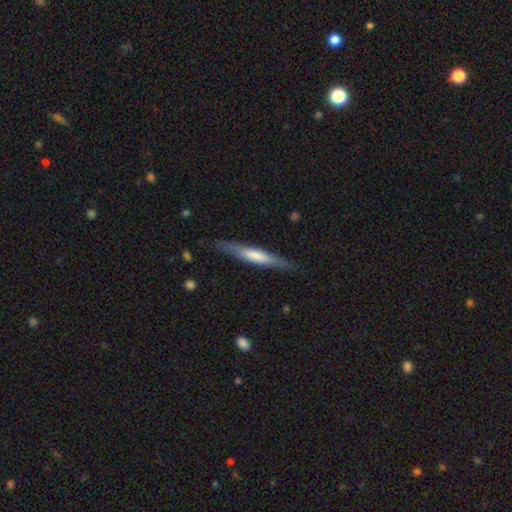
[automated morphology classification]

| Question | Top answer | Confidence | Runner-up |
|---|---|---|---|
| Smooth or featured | smooth | 49% | featured or disk (45%) |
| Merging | none | 84% | minor disturbance (12%) |